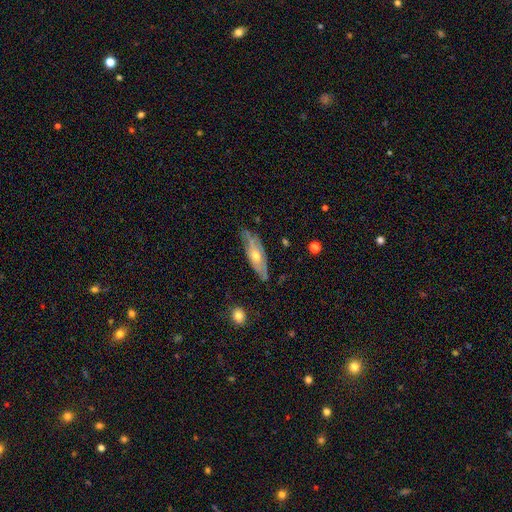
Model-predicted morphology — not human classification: type=featured or disk (59%); edge-on=no (63%); merging=none (66%).